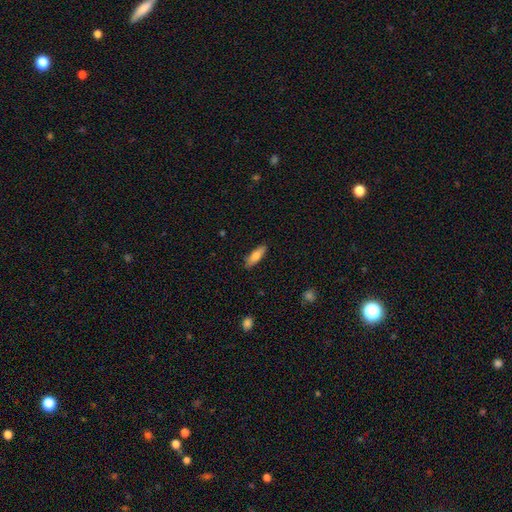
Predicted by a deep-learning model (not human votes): The model was most divided on "how rounded": in between: 54%, cigar-shaped: 44%, round: 2%. More confident: merging — none (86%); smooth or featured — smooth (79%).